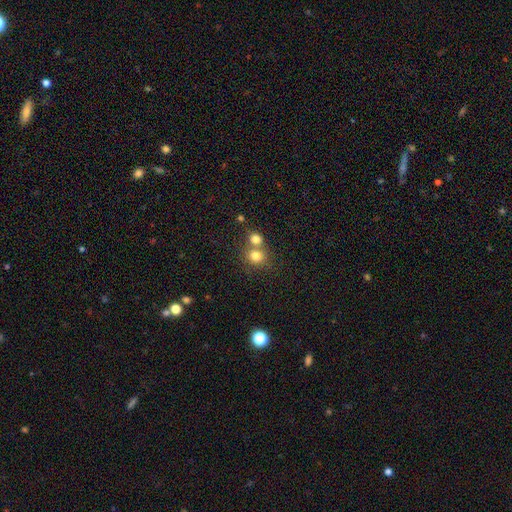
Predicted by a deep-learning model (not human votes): Overall: smooth (79%). How rounded: round (80%). Merging: none (46%; merger 44%).